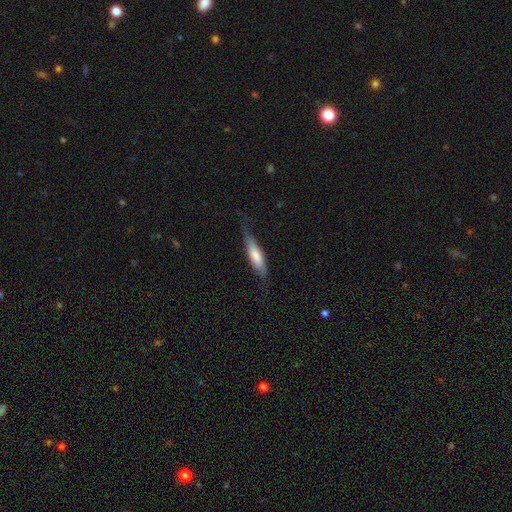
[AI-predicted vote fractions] A smooth galaxy with no disk features (69%) that is cigar-shaped (64%).

Vote fractions:
- Smooth or featured? smooth: 69% / featured or disk: 26% / star or artifact: 5%
- How rounded? cigar-shaped: 64% / in between: 34% / round: 2%
- Merging? none: 63% / minor disturbance: 27% / major disturbance: 9% / merger: 1%